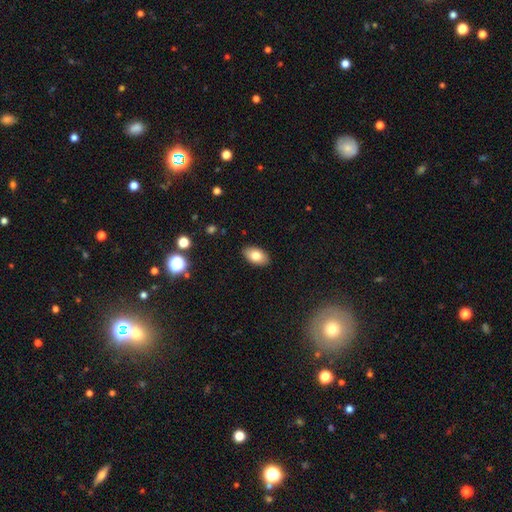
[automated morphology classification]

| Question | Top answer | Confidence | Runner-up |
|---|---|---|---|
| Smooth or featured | smooth | 79% | featured or disk (13%) |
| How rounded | in between | 92% | round (6%) |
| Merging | none | 89% | minor disturbance (8%) |